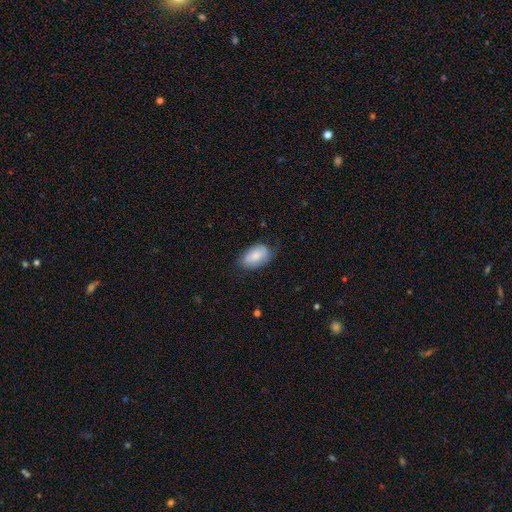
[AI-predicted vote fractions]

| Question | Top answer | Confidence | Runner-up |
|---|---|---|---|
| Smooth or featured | smooth | 79% | featured or disk (15%) |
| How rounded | in between | 93% | round (5%) |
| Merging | none | 65% | minor disturbance (27%) |